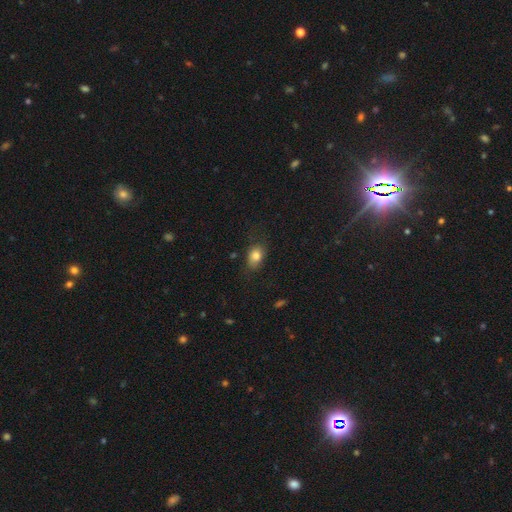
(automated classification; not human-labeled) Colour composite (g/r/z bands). It shows a smooth galaxy with no disk features (81%) that is in between round and cigar-shaped (77%). Merging: none (70%).